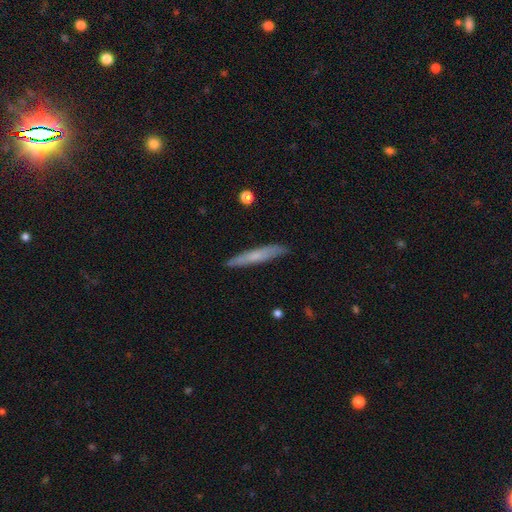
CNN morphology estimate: Smooth or featured?
  - smooth: 59% *
  - featured or disk: 35%
  - star or artifact: 6%
How rounded?
  - cigar-shaped: 94% *
  - in between: 4%
  - round: 1%
Merging?
  - none: 89% *
  - minor disturbance: 9%
  - major disturbance: 1%
  - merger: 1%